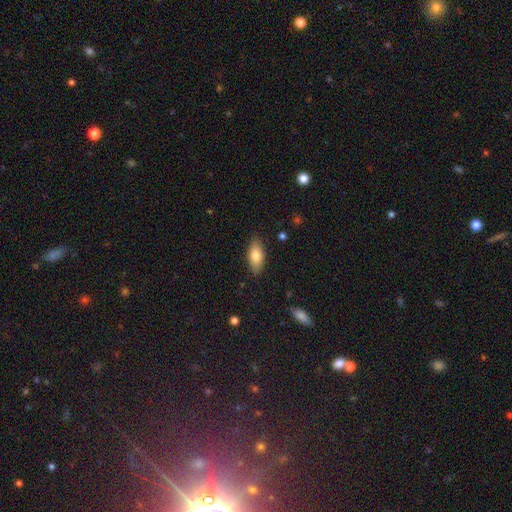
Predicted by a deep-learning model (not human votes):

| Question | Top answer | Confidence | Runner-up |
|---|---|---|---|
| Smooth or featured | smooth | 76% | featured or disk (17%) |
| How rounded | in between | 84% | cigar-shaped (13%) |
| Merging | none | 86% | minor disturbance (11%) |